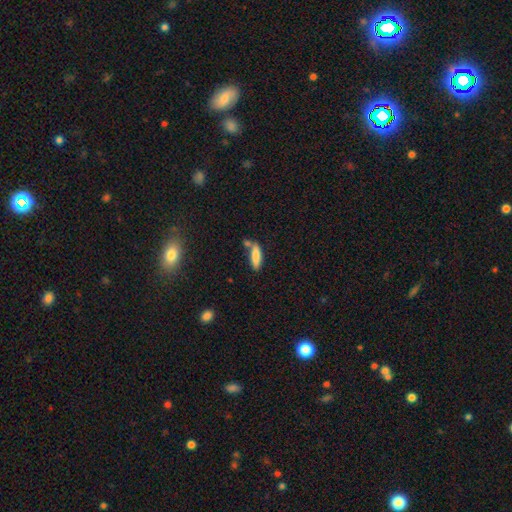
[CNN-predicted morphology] Smooth or featured: smooth — 82% (featured or disk — 11%)
How rounded: cigar-shaped — 60% (in between — 38%)
Merging: none — 56% (merger — 21%)